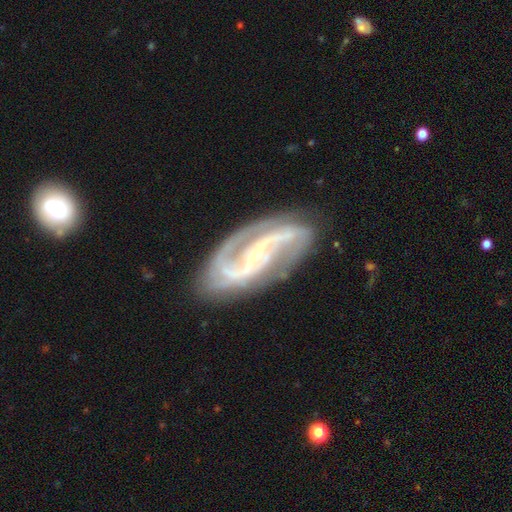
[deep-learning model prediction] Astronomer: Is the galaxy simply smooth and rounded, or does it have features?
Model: featured or disk — 91%.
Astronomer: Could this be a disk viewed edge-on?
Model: no — 95%.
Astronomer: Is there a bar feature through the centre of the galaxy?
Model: strong — 45% (runner-up: weak, 31%).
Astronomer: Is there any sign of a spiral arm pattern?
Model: yes — 97%.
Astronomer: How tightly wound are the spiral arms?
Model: medium — 52% (runner-up: loose, 28%).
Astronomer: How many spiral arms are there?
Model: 2 — 87%.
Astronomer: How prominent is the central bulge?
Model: small — 75%.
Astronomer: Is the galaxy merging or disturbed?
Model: none — 77%.